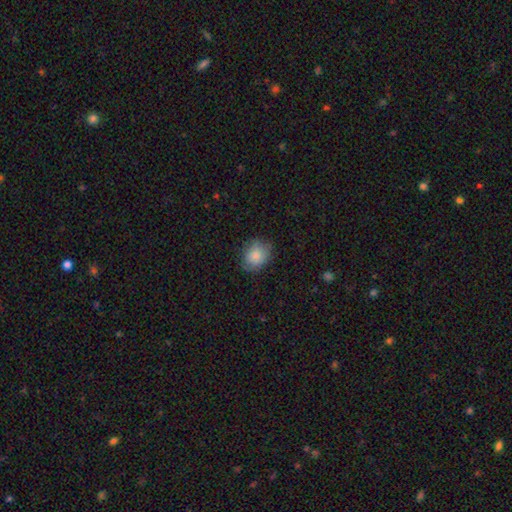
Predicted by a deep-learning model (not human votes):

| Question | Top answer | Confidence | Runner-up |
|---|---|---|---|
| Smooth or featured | smooth | 85% | star or artifact (8%) |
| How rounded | round | 56% | in between (43%) |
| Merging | none | 75% | minor disturbance (19%) |